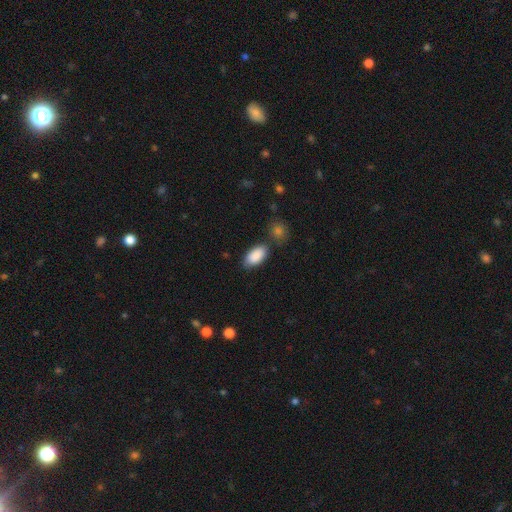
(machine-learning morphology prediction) Smooth or featured?
  - smooth: 89% *
  - star or artifact: 6%
  - featured or disk: 4%
How rounded?
  - in between: 94% *
  - cigar-shaped: 3%
  - round: 3%
Merging?
  - none: 76% *
  - minor disturbance: 13%
  - merger: 8%
  - major disturbance: 3%